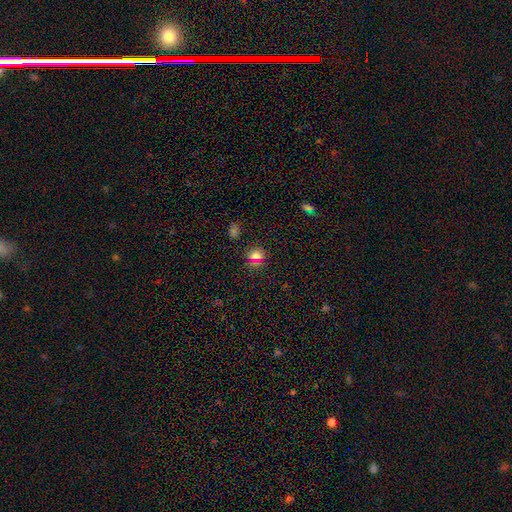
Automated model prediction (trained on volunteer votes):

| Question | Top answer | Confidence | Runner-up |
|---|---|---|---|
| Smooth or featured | smooth | 66% | star or artifact (26%) |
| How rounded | round | 81% | in between (17%) |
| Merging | none | 85% | minor disturbance (9%) |